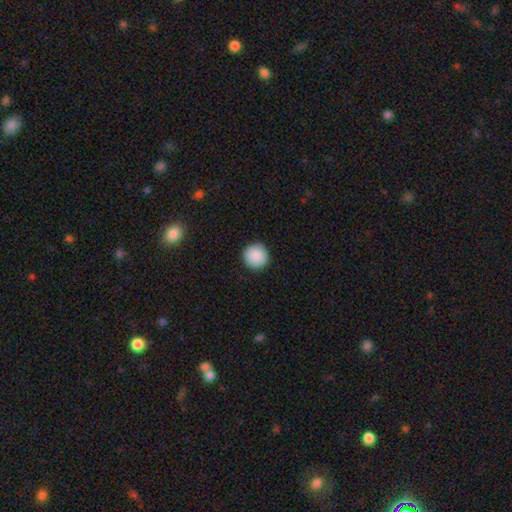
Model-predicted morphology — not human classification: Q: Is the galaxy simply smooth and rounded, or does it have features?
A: smooth — 89%.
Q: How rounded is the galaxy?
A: round — 96%.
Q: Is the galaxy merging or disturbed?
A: none — 93%.